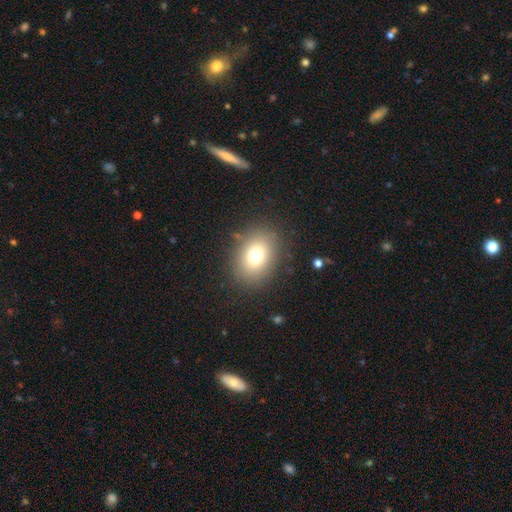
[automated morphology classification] Smooth or featured? Predicted: smooth (p=0.74). How rounded? Predicted: in between (p=0.61). Merging? Predicted: none (p=0.85).